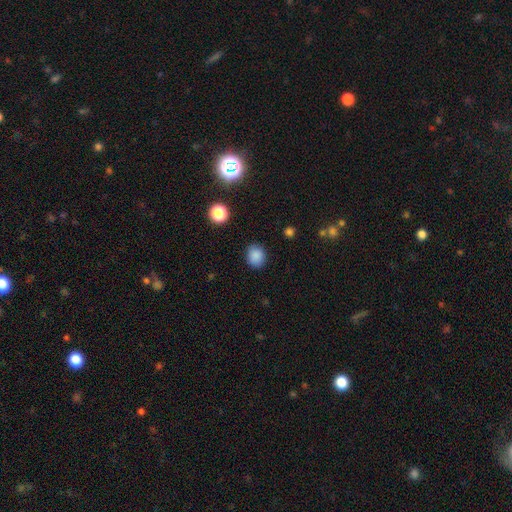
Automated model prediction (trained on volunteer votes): Smooth or featured: smooth — 86% (star or artifact — 11%)
How rounded: round — 69% (in between — 30%)
Merging: none — 87% (minor disturbance — 9%)